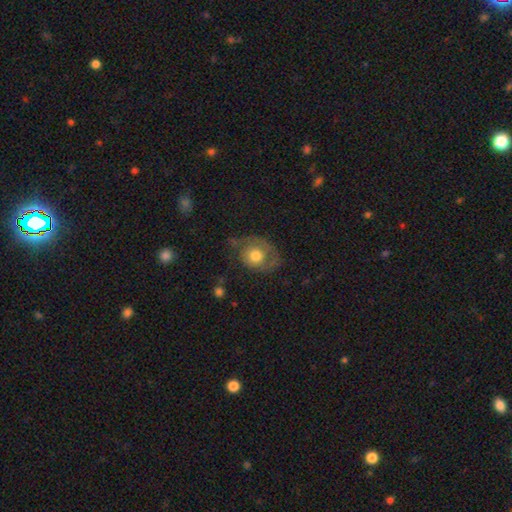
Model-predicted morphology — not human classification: smooth 56%, featured or disk 36%, star or artifact 8%. Down the decision tree: how rounded — round (58%); merging — none (50%).